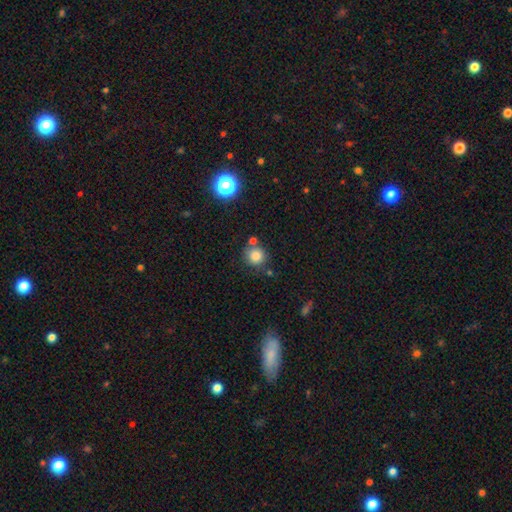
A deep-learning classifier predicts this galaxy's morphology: smooth 82%, star or artifact 12%, featured or disk 6%. Down the decision tree: how rounded — round (91%); merging — none (71%).